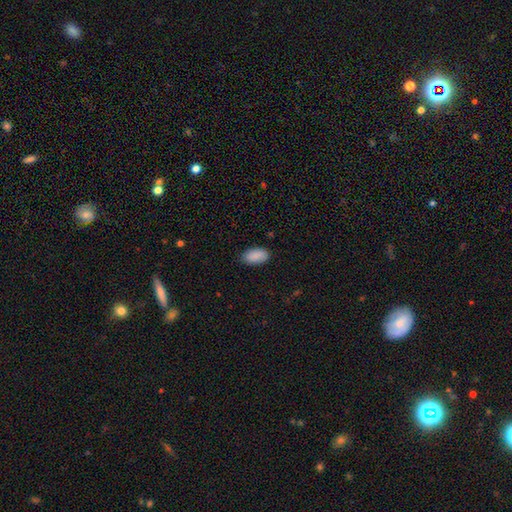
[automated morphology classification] Q: Smooth or featured?
A: smooth (89%); runner-up: star or artifact (7%)
Q: How rounded?
A: in between (94%); runner-up: cigar-shaped (3%)
Q: Merging?
A: none (83%); runner-up: minor disturbance (14%)